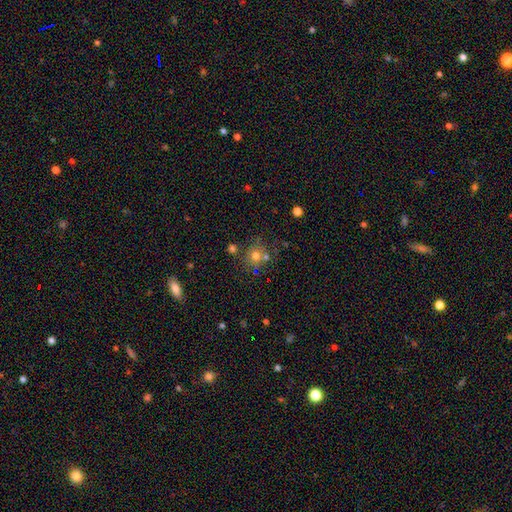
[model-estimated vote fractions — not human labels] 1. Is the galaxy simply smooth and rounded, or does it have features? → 71% smooth, 16% star or artifact, 13% featured or disk.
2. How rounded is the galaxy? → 83% round, 16% in between, 1% cigar-shaped.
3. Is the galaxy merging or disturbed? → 65% none, 19% merger, 12% minor disturbance, 5% major disturbance.